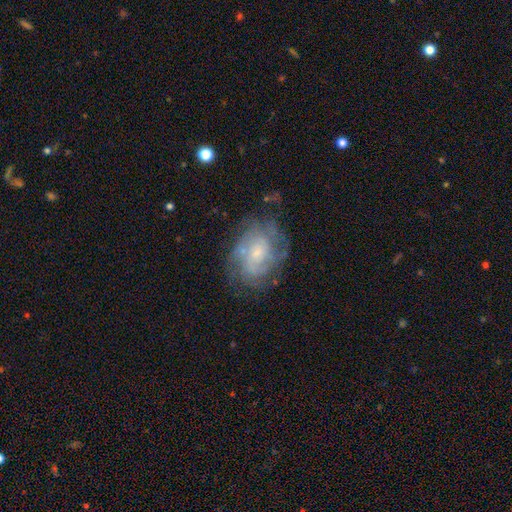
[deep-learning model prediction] A featured or disk galaxy (71%) with no bar (69%), tight (57%) spiral arms (85%) and a small central bulge (53%).

Vote fractions:
- Smooth or featured? featured or disk: 71% / smooth: 19% / star or artifact: 10%
- Edge-on disk? no: 96% / yes: 4%
- Bar? no: 69% / weak: 26% / strong: 5%
- Spiral arms? yes: 85% / no: 15%
- Spiral winding? tight: 57% / medium: 32% / loose: 10%
- Spiral arm count? can't tell: 52% / 2: 14% / 3: 12% / 4: 11% / more than 4: 6% / 1: 5%
- Bulge size? small: 53% / moderate: 36% / none: 6% / large: 4% / dominant: 1%
- Merging? none: 71% / minor disturbance: 18% / major disturbance: 9% / merger: 2%